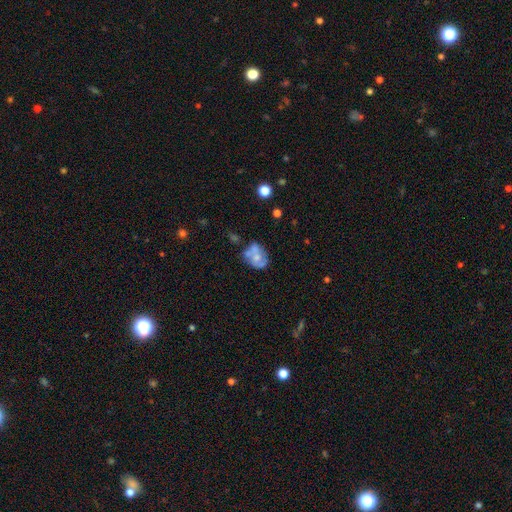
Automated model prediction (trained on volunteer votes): featured or disk 52%, smooth 40%, star or artifact 8%. Down the decision tree: edge-on disk — no (97%); bar — no (81%); spiral arms — no (59%); bulge size — moderate (49%); merging — none (39%).